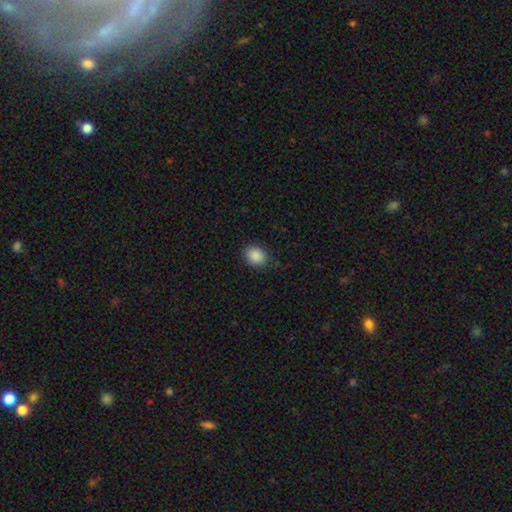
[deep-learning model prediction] Smooth or featured? smooth (88%)
How rounded? round (66%)
Merging? none (82%)